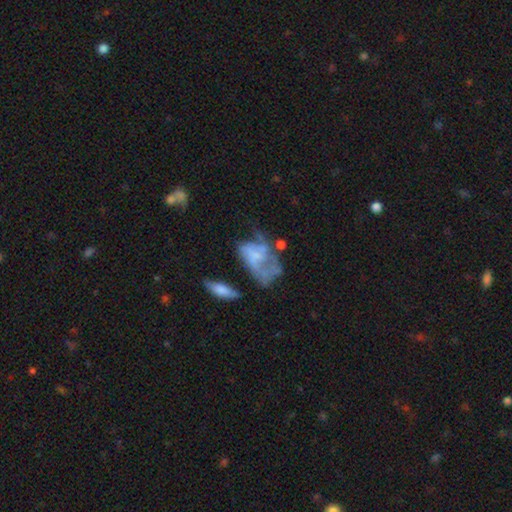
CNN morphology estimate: Smooth or featured? Predicted: featured or disk (p=0.56). Edge-on disk? Predicted: no (p=0.96). Bar? Predicted: no (p=0.75). Spiral arms? Predicted: no (p=0.51). Bulge size? Predicted: none (p=0.44). Merging? Predicted: major disturbance (p=0.45).